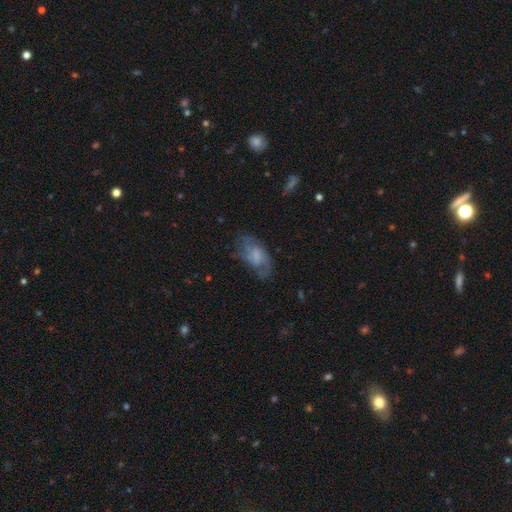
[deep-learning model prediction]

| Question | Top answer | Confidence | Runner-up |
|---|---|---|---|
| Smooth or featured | featured or disk | 59% | smooth (32%) |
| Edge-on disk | no | 95% | yes (5%) |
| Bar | no | 57% | weak (36%) |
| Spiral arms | yes | 80% | no (20%) |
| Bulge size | none | 32% | moderate (29%) |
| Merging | none | 55% | minor disturbance (24%) |